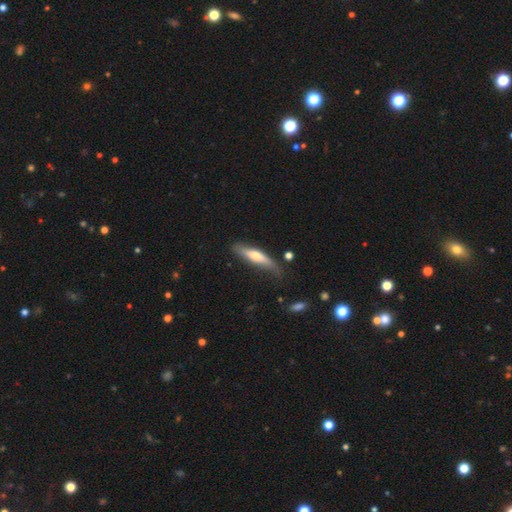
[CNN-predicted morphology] smooth-or-featured: smooth: 54% | featured or disk: 40% | star or artifact: 6%
  how-rounded: cigar-shaped: 77% | in between: 21% | round: 2%
  merging: none: 65% | minor disturbance: 25% | major disturbance: 6% | merger: 3%